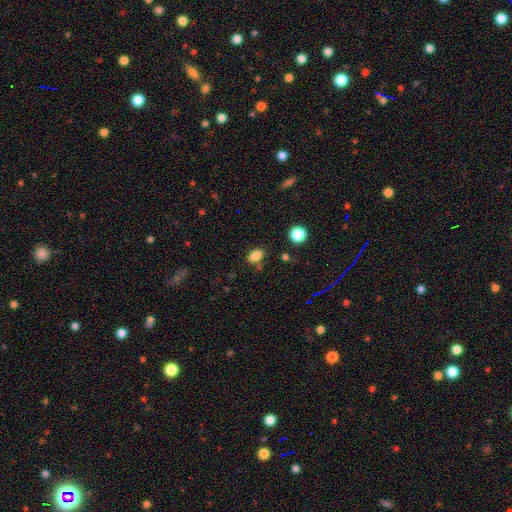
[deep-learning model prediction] Smooth or featured?
  - smooth: 83% *
  - star or artifact: 12%
  - featured or disk: 5%
How rounded?
  - in between: 81% *
  - round: 16%
  - cigar-shaped: 2%
Merging?
  - none: 74% *
  - minor disturbance: 16%
  - merger: 6%
  - major disturbance: 4%